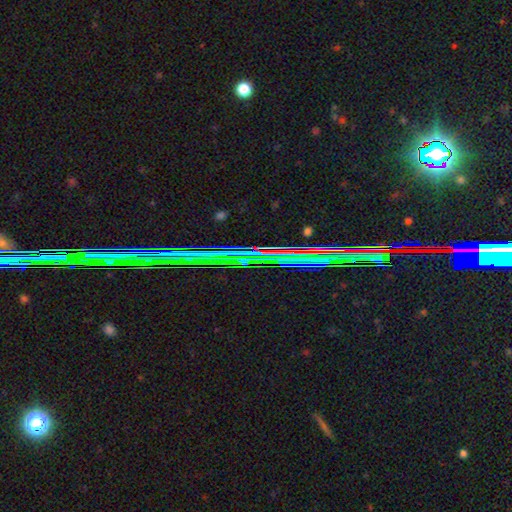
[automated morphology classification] star or artifact 86%, featured or disk 7%, smooth 6%.